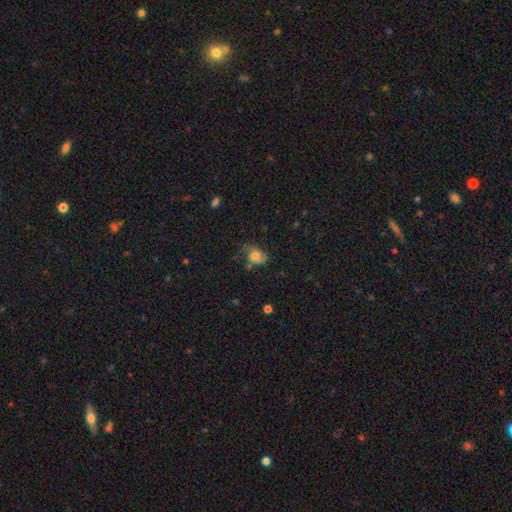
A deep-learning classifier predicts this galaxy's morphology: A smooth galaxy with no disk features (46%).

Vote fractions:
- Smooth or featured? smooth: 46% / featured or disk: 43% / star or artifact: 11%
- Merging? none: 47% / minor disturbance: 29% / major disturbance: 21% / merger: 4%